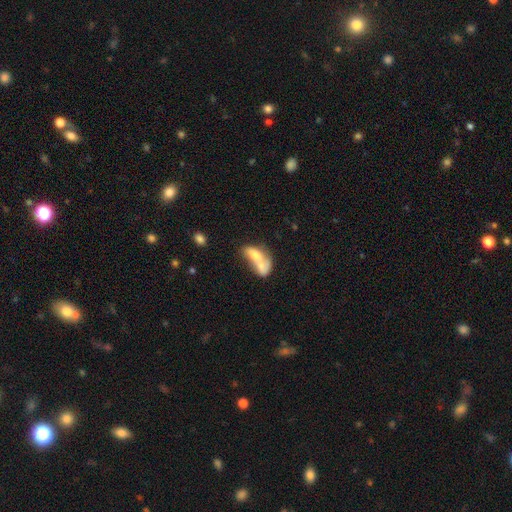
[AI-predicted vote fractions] smooth-or-featured: smooth: 60% | featured or disk: 32% | star or artifact: 7%
  how-rounded: in between: 81% | round: 11% | cigar-shaped: 8%
  merging: merger: 76% | none: 12% | minor disturbance: 6% | major disturbance: 6%